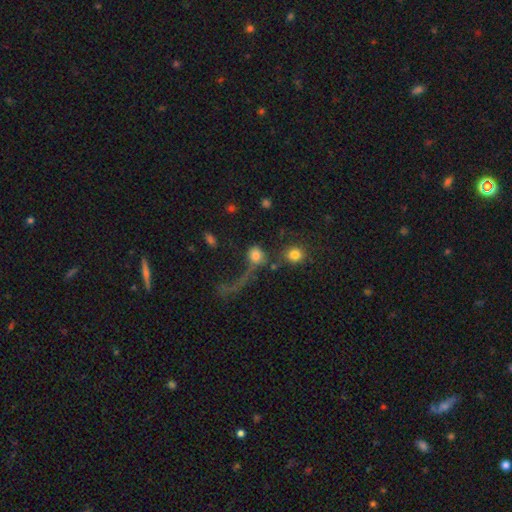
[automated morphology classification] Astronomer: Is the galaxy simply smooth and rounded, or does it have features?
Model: smooth — 75%.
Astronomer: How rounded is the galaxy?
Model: round — 75%.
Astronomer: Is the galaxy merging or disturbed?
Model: none — 35% (runner-up: major disturbance, 32%).